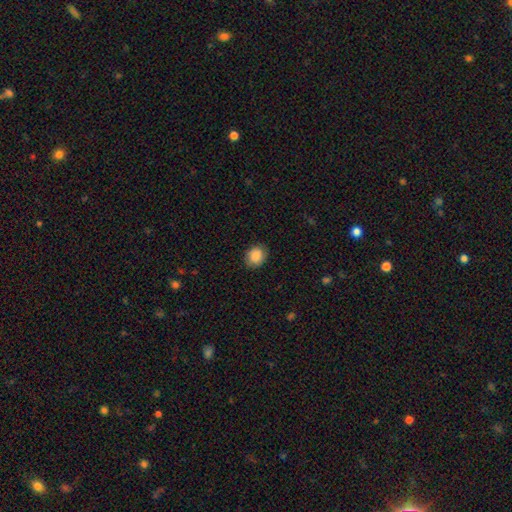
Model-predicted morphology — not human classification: smooth 88%, star or artifact 7%, featured or disk 4%. Down the decision tree: how rounded — round (58%); merging — none (86%).